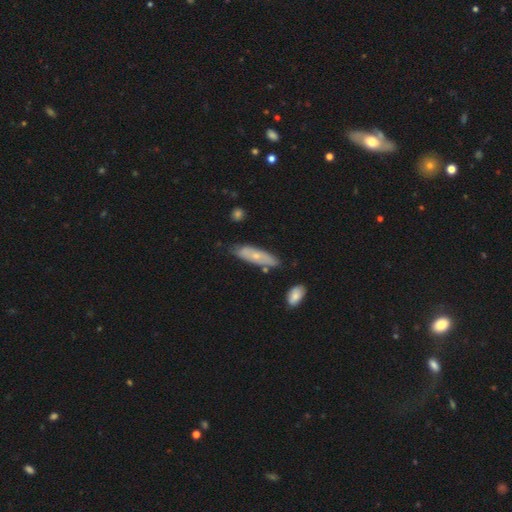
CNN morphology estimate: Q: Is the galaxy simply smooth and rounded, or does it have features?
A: smooth — 50%.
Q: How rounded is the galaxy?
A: cigar-shaped — 57%.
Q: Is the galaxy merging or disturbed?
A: none — 69%.